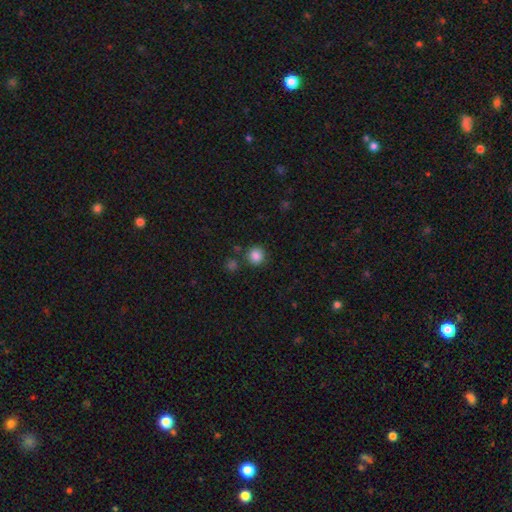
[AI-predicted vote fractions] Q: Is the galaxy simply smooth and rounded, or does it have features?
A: smooth — 86%.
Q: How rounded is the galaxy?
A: round — 93%.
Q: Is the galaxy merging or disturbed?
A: none — 84%.